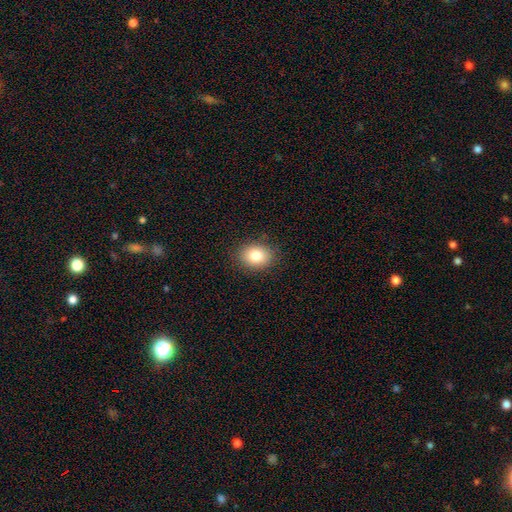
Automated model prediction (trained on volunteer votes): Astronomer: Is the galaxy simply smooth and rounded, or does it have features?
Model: smooth — 83%.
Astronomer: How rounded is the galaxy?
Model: in between — 59% (runner-up: round, 40%).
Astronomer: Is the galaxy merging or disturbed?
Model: none — 87%.